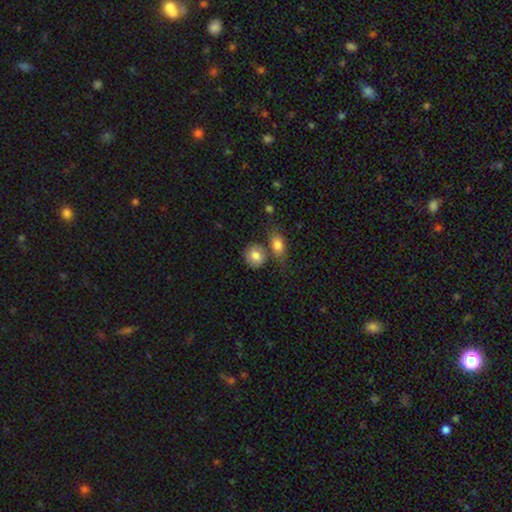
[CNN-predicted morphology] This is clearly a smooth galaxy (80%). How rounded: likely round (62%). Merging: possibly none (56%).